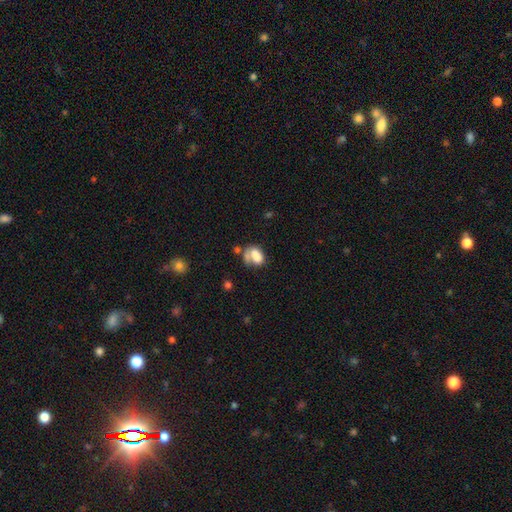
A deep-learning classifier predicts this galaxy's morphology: smooth 72%, featured or disk 16%, star or artifact 11%. Down the decision tree: how rounded — in between (81%); merging — none (36%).